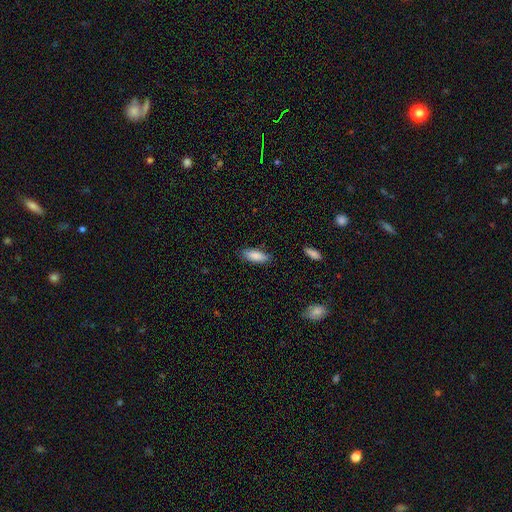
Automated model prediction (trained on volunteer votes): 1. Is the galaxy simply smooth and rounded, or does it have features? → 86% smooth, 7% featured or disk, 6% star or artifact.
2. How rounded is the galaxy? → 69% in between, 29% cigar-shaped, 2% round.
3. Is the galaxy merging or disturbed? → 84% none, 12% minor disturbance, 2% major disturbance, 1% merger.